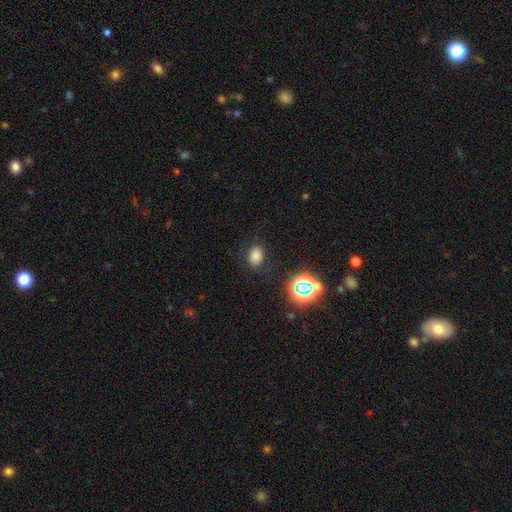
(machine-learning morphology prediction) A smooth galaxy with no disk features (74%) that is in between round and cigar-shaped (72%). Merging: none (81%).